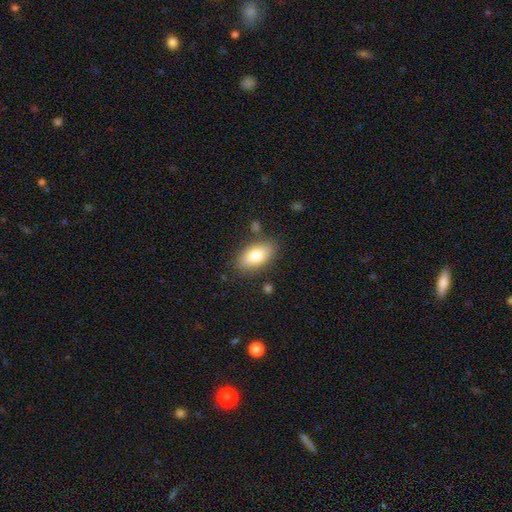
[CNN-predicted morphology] smooth 80%, featured or disk 13%, star or artifact 7%. Down the decision tree: how rounded — in between (92%); merging — none (82%).